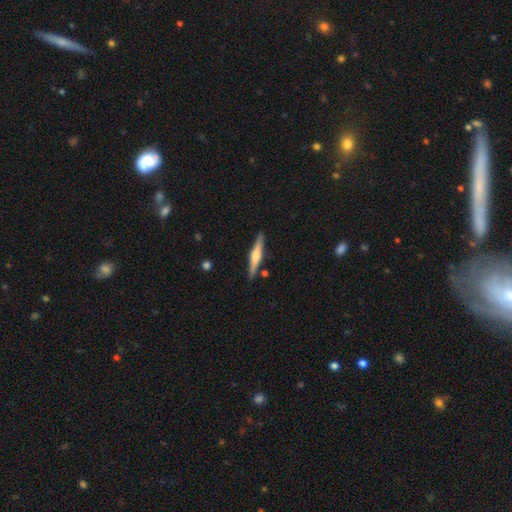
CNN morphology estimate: A featured or disk galaxy (57%) viewed edge-on (97%) with a rounded central bulge (80%). Merging: none (88%).